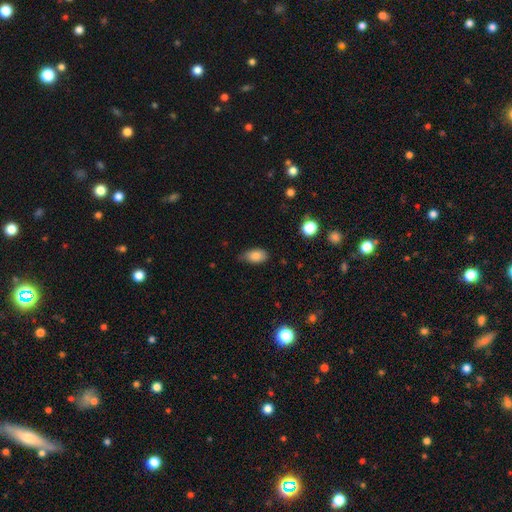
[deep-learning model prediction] Smooth or featured? smooth (84%)
How rounded? in between (91%)
Merging? none (66%)